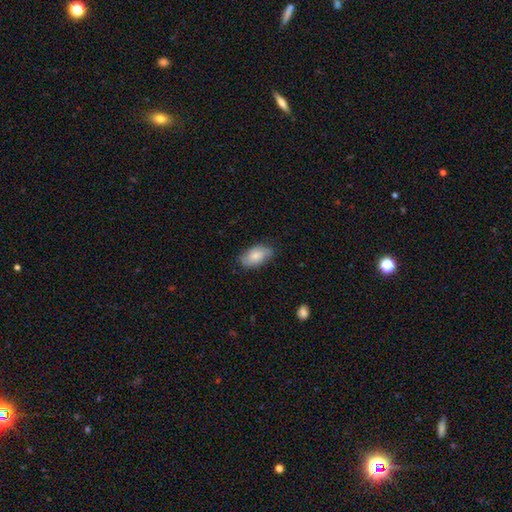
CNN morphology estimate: Smooth or featured? Predicted: smooth (p=0.72). How rounded? Predicted: in between (p=0.93). Merging? Predicted: none (p=0.75).